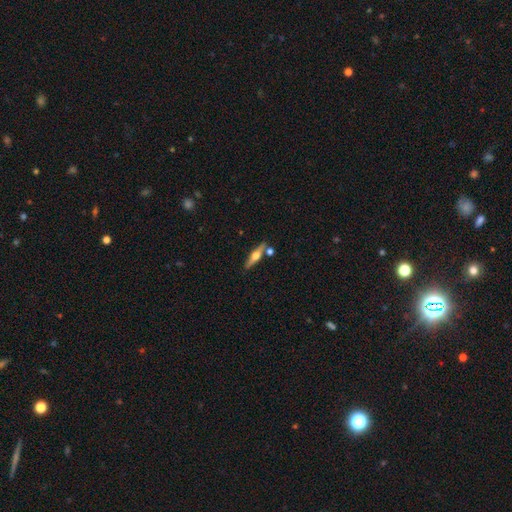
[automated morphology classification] Smooth or featured? Predicted: featured or disk (p=0.63). Edge-on disk? Predicted: yes (p=0.95). Edge-on bulge? Predicted: rounded (p=0.95). Merging? Predicted: none (p=0.78).